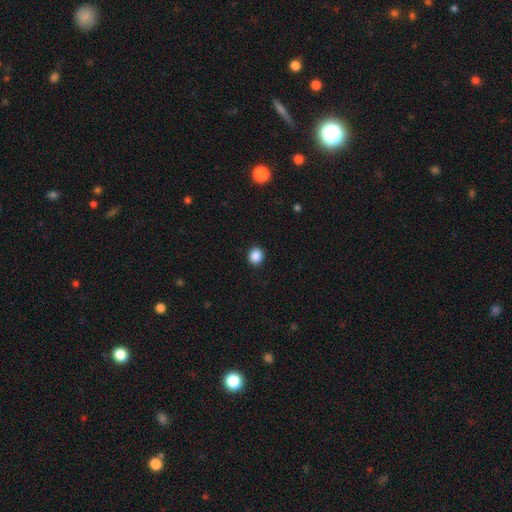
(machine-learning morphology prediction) The model was most divided on "how rounded": round: 86%, in between: 13%, cigar-shaped: 1%. More confident: merging — none (92%); smooth or featured — smooth (88%).